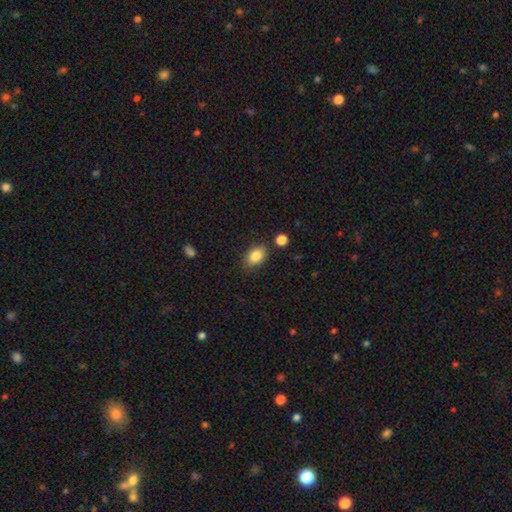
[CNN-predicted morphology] smooth-or-featured: smooth: 85% | star or artifact: 8% | featured or disk: 7%
  how-rounded: in between: 84% | round: 14% | cigar-shaped: 2%
  merging: none: 79% | minor disturbance: 14% | merger: 4% | major disturbance: 3%